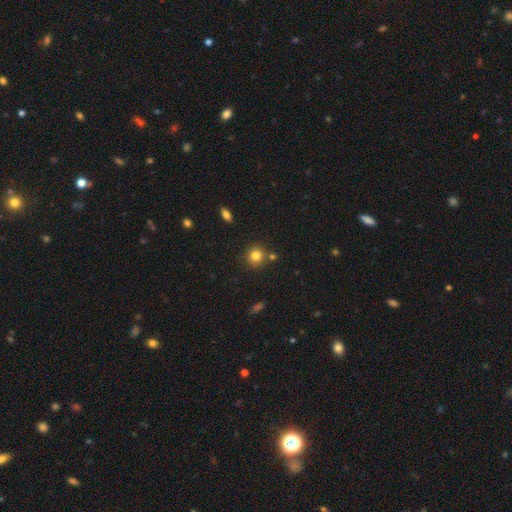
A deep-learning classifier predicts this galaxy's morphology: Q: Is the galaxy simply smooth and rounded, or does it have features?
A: smooth — 80%.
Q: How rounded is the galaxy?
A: round — 90%.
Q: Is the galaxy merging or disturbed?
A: none — 79%.